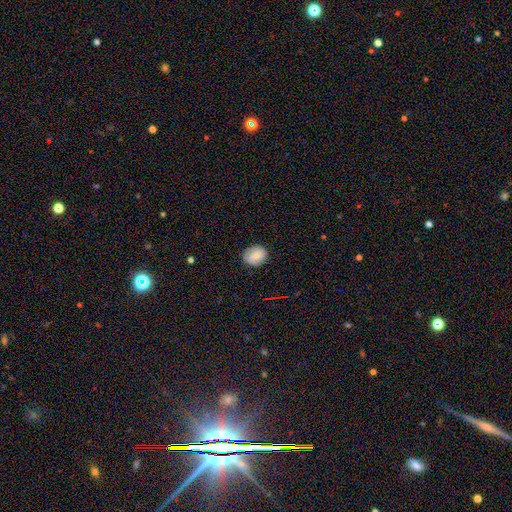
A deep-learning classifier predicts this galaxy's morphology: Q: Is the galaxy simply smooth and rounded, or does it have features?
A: smooth — 71%.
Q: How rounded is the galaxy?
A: round — 61%.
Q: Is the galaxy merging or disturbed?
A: none — 82%.